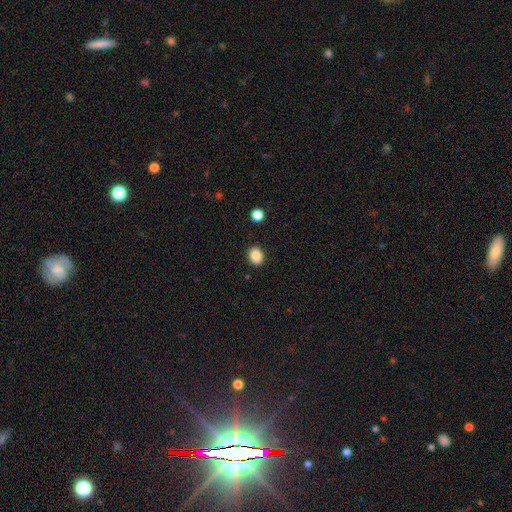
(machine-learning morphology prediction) A smooth galaxy with no disk features (87%) that is round (51%).

Vote fractions:
- Smooth or featured? smooth: 87% / star or artifact: 9% / featured or disk: 3%
- How rounded? round: 51% / in between: 49% / cigar-shaped: 1%
- Merging? none: 89% / minor disturbance: 7% / major disturbance: 2% / merger: 2%